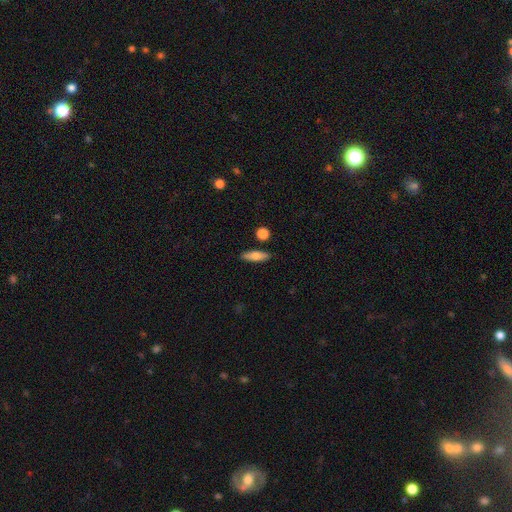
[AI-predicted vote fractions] Smooth or featured: smooth — 70% (featured or disk — 22%)
How rounded: cigar-shaped — 57% (in between — 39%)
Merging: none — 85% (minor disturbance — 9%)